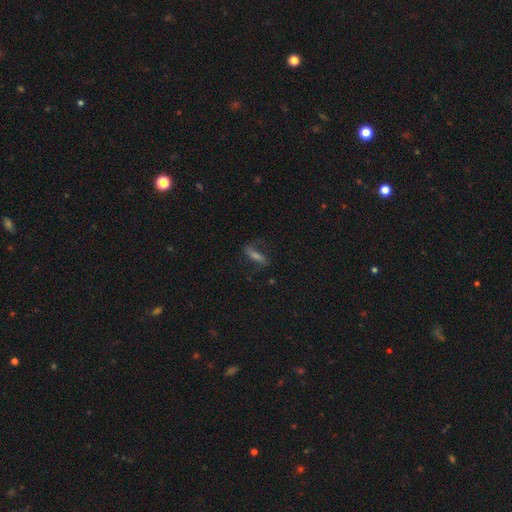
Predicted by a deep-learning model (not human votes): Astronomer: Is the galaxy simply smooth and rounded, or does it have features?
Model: smooth — 48% (runner-up: featured or disk, 41%).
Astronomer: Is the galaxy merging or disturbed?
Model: none — 67%.